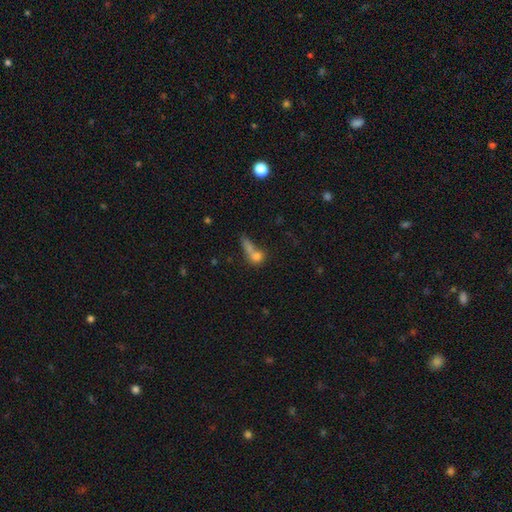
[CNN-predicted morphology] Overall: smooth (65%). How rounded: round (51%; in between 32%). Merging: merger (48%; none 31%).